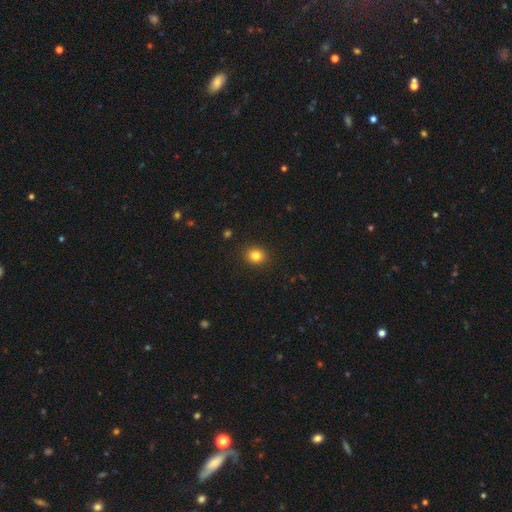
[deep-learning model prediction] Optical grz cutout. It shows a smooth galaxy with no disk features (83%) that is round (79%). Merging: none (91%).